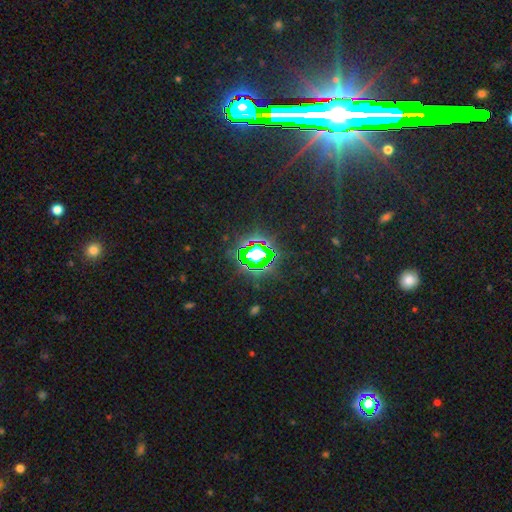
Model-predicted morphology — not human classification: This appears to be a star or artifact, not a galaxy (76%).